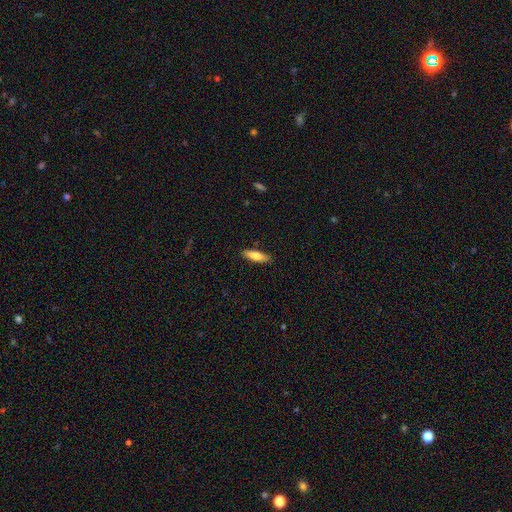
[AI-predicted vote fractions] A smooth galaxy with no disk features (75%) that is cigar-shaped (60%). Merging: none (88%).